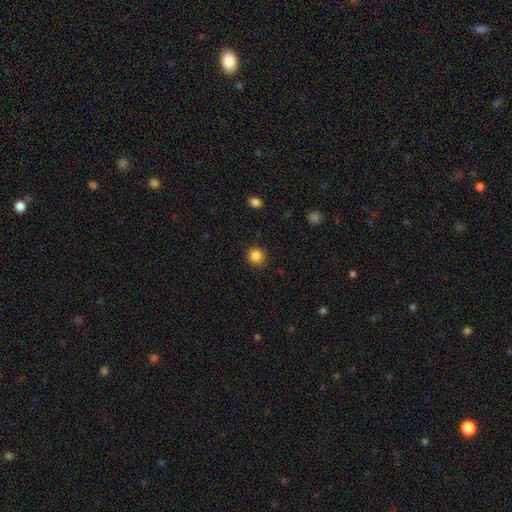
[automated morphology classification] Smooth or featured?
  - smooth: 85% *
  - star or artifact: 11%
  - featured or disk: 4%
How rounded?
  - round: 89% *
  - in between: 10%
  - cigar-shaped: 1%
Merging?
  - none: 88% *
  - minor disturbance: 9%
  - major disturbance: 2%
  - merger: 1%